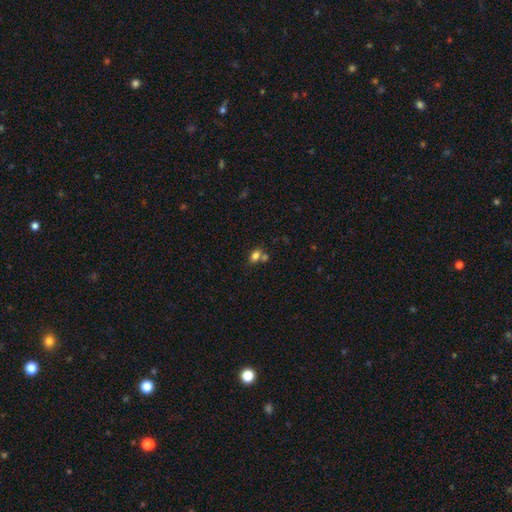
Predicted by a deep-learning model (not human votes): This is likely a smooth galaxy (78%). How rounded: likely in between (77%). Merging: possibly none (48%).